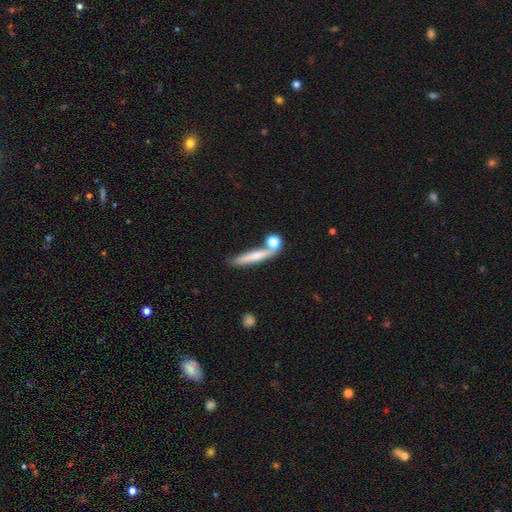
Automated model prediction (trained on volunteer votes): Smooth or featured? smooth (62%)
How rounded? cigar-shaped (81%)
Merging? none (63%)